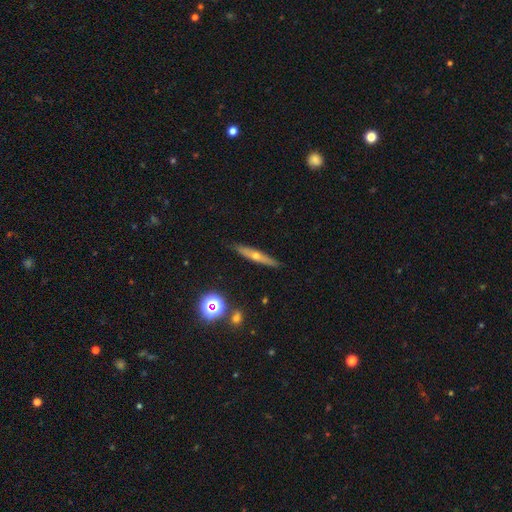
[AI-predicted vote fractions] Smooth or featured? Predicted: featured or disk (p=0.58). Edge-on disk? Predicted: yes (p=0.93). Edge-on bulge? Predicted: rounded (p=0.83). Merging? Predicted: none (p=0.88).